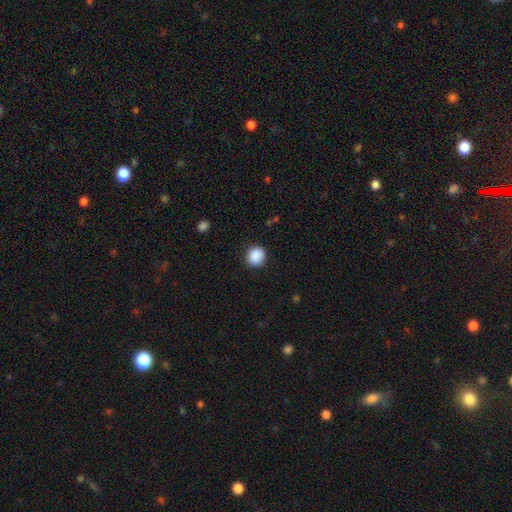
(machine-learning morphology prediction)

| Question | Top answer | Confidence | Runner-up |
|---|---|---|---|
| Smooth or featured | smooth | 89% | star or artifact (8%) |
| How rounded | round | 81% | in between (18%) |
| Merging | none | 88% | minor disturbance (8%) |